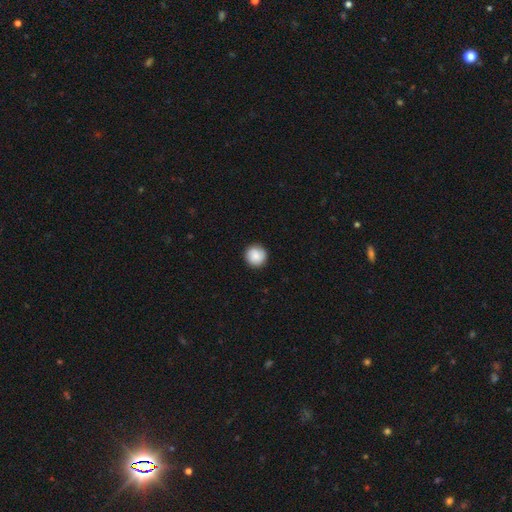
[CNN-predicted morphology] This is clearly a smooth galaxy (85%). How rounded: clearly round (95%). Merging: clearly none (91%).